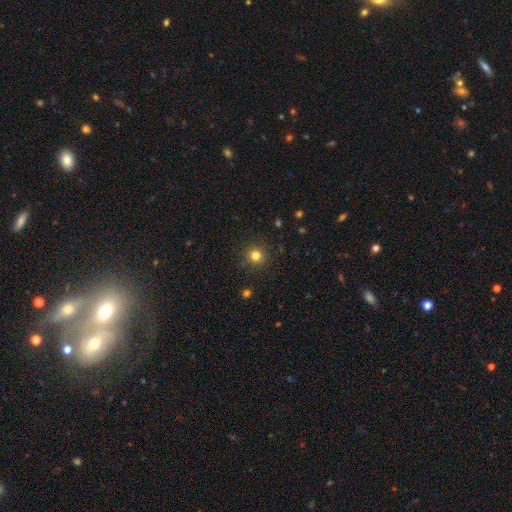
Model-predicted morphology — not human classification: A smooth galaxy with no disk features (81%) that is round (94%).

Vote fractions:
- Smooth or featured? smooth: 81% / star or artifact: 14% / featured or disk: 5%
- How rounded? round: 94% / in between: 5% / cigar-shaped: 1%
- Merging? none: 91% / minor disturbance: 6% / major disturbance: 2% / merger: 1%